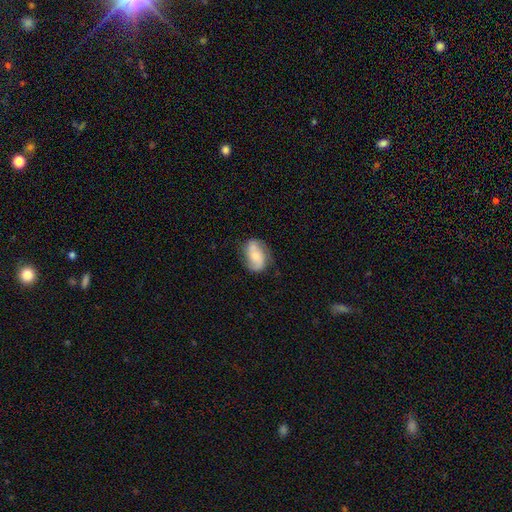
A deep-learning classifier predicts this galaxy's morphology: This appears to be a featured or disk galaxy (55%) with no bar (59%), spiral arms (87%) and a small central bulge (43%). Merging: none (68%).